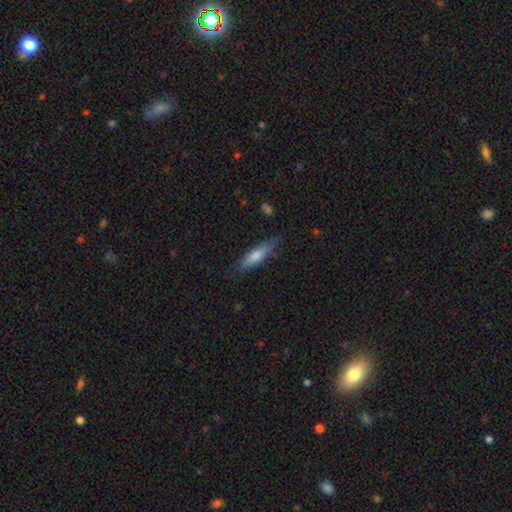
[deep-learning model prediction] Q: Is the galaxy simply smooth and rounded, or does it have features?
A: smooth — 63%.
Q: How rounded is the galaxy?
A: cigar-shaped — 75%.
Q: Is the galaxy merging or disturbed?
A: none — 80%.